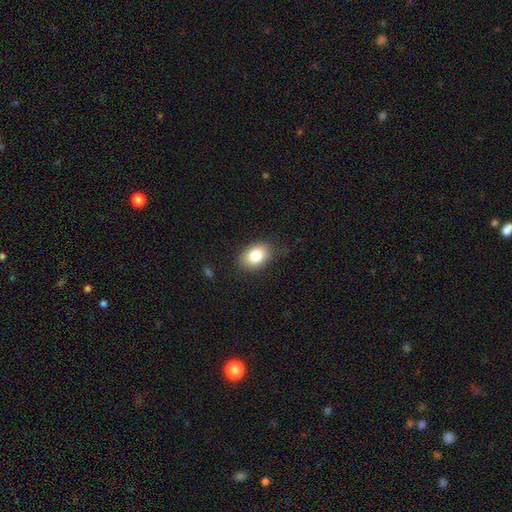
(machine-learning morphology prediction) Smooth or featured? smooth (82%)
How rounded? in between (75%)
Merging? none (79%)